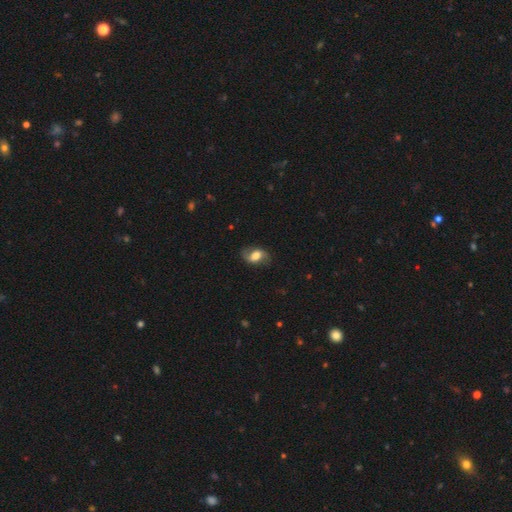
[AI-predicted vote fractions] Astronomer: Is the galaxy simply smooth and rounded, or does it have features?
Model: featured or disk — 52% (runner-up: smooth, 40%).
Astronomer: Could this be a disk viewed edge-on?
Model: no — 94%.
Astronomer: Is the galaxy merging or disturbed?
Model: none — 74%.